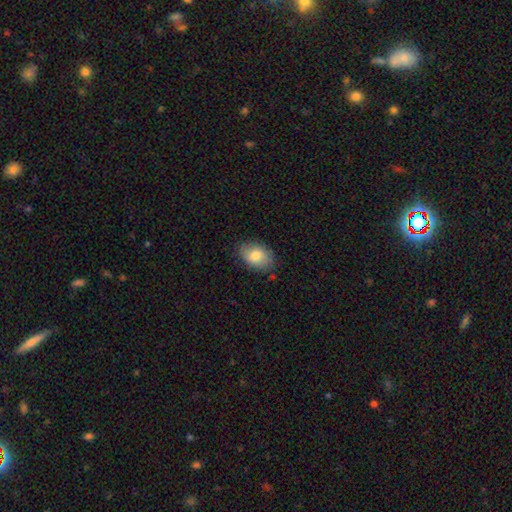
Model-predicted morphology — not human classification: Smooth or featured?
  - smooth: 79% *
  - featured or disk: 13%
  - star or artifact: 7%
How rounded?
  - in between: 83% *
  - round: 16%
  - cigar-shaped: 1%
Merging?
  - none: 81% *
  - minor disturbance: 15%
  - major disturbance: 3%
  - merger: 1%